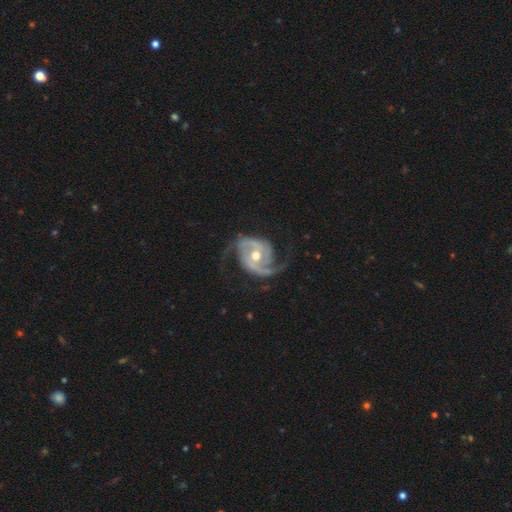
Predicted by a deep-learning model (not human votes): A featured or disk galaxy (92%) with no bar (56%), 2 (85%) medium (51%) spiral arms (98%) and a moderate central bulge (77%).

Vote fractions:
- Smooth or featured? featured or disk: 92% / star or artifact: 4% / smooth: 4%
- Edge-on disk? no: 97% / yes: 3%
- Bar? no: 56% / weak: 29% / strong: 15%
- Spiral arms? yes: 98% / no: 2%
- Spiral winding? medium: 51% / loose: 25% / tight: 23%
- Spiral arm count? 2: 85% / 3: 7% / can't tell: 3% / 1: 2% / 4: 2% / more than 4: 2%
- Bulge size? moderate: 77% / small: 16% / large: 6% / none: 1% / dominant: 1%
- Merging? none: 72% / minor disturbance: 17% / major disturbance: 10% / merger: 1%